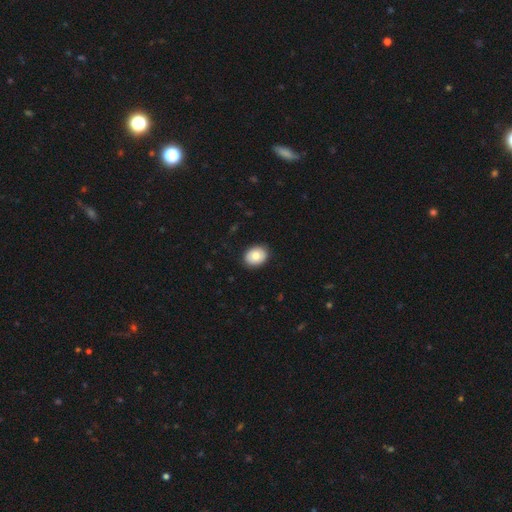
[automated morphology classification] This is likely a smooth galaxy (77%). How rounded: possibly in between (56%). Merging: clearly none (88%).